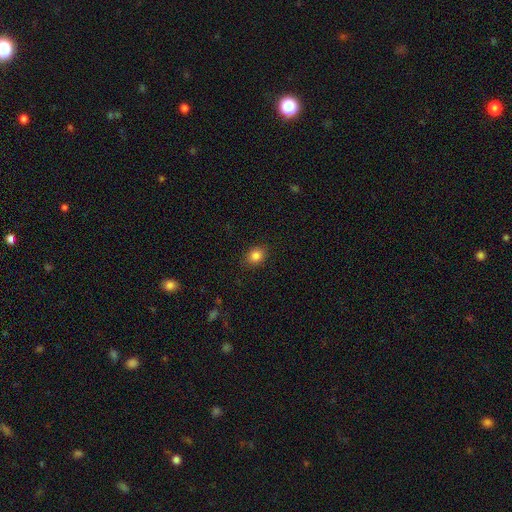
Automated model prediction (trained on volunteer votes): This appears to be a smooth galaxy with no disk features (84%) that is in between round and cigar-shaped (51%). Merging: none (87%).